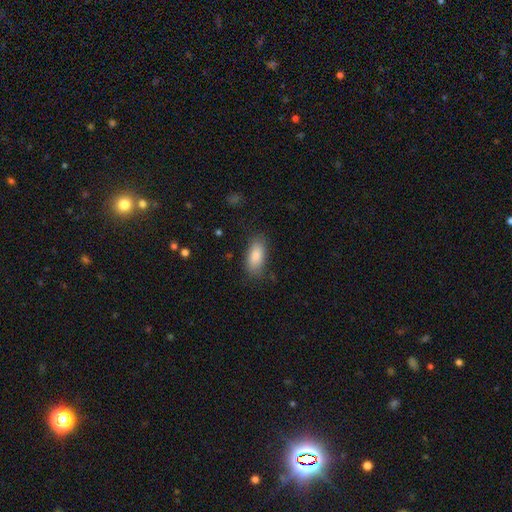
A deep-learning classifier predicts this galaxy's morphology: A smooth galaxy with no disk features (84%) that is in between round and cigar-shaped (84%). Merging: none (81%).